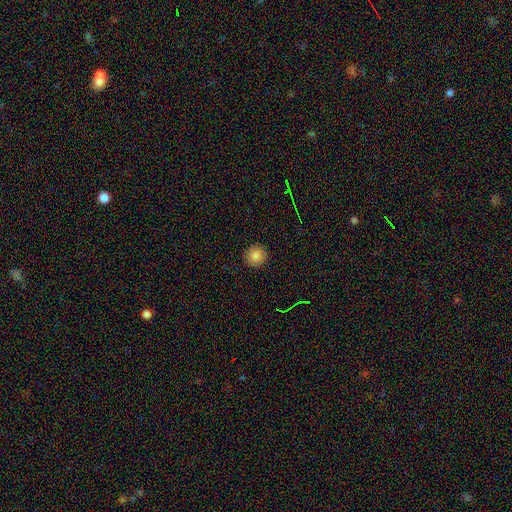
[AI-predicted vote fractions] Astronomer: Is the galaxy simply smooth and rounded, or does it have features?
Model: smooth — 82%.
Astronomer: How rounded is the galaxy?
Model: round — 92%.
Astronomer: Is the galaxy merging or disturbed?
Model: none — 91%.